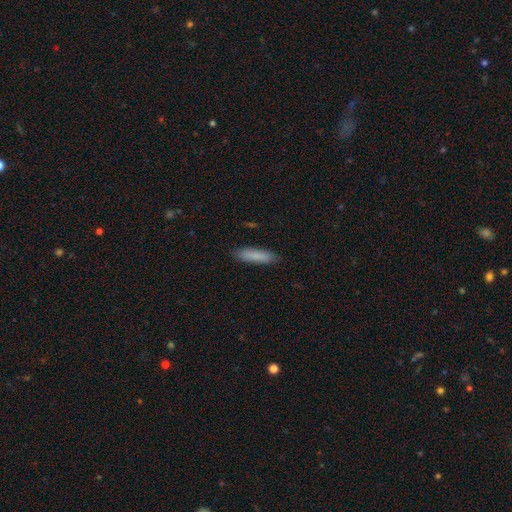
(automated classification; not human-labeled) Smooth or featured? smooth (85%)
How rounded? cigar-shaped (74%)
Merging? none (88%)